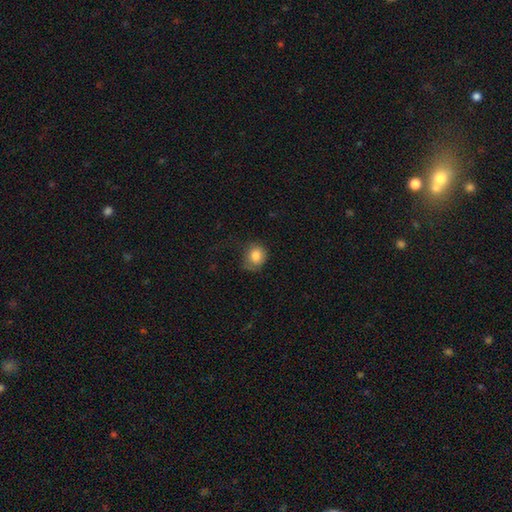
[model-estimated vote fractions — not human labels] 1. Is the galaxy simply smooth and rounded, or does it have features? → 83% smooth, 9% star or artifact, 8% featured or disk.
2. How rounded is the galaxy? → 70% round, 29% in between, 1% cigar-shaped.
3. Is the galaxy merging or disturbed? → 57% none, 28% minor disturbance, 13% major disturbance, 2% merger.